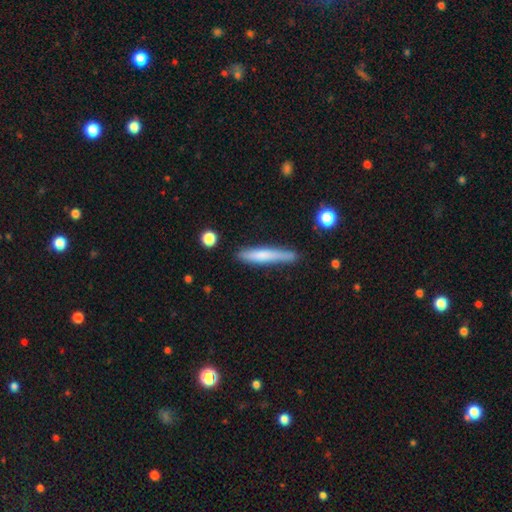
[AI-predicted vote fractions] Smooth or featured? smooth (67%)
How rounded? cigar-shaped (92%)
Merging? none (73%)